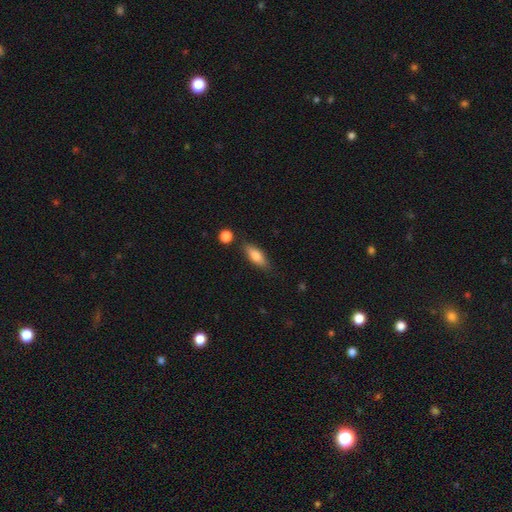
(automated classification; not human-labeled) The model was most divided on "how rounded": in between: 63%, cigar-shaped: 34%, round: 3%. More confident: merging — none (79%); smooth or featured — smooth (73%).